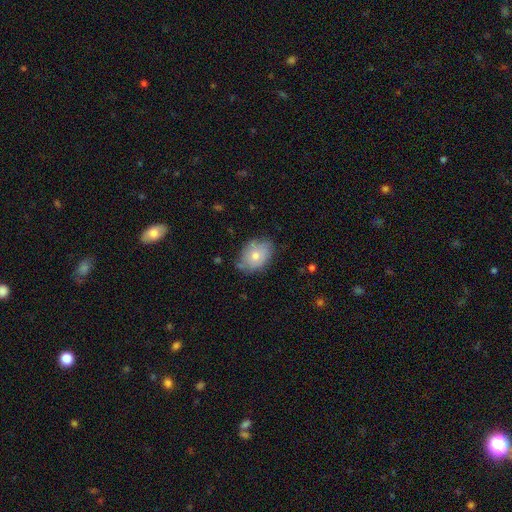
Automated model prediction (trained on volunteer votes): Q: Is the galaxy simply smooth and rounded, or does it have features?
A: smooth — 63%.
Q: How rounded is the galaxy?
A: in between — 73%.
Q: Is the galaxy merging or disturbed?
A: none — 68%.